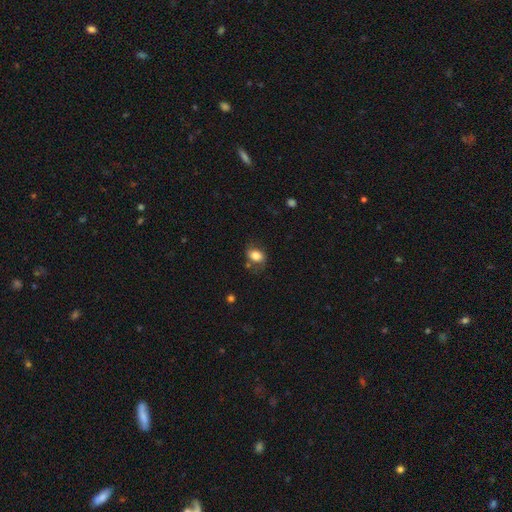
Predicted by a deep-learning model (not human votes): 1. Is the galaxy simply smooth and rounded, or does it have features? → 77% smooth, 15% featured or disk, 9% star or artifact.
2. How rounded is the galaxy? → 72% in between, 27% round, 1% cigar-shaped.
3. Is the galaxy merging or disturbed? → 63% none, 23% minor disturbance, 9% major disturbance, 4% merger.